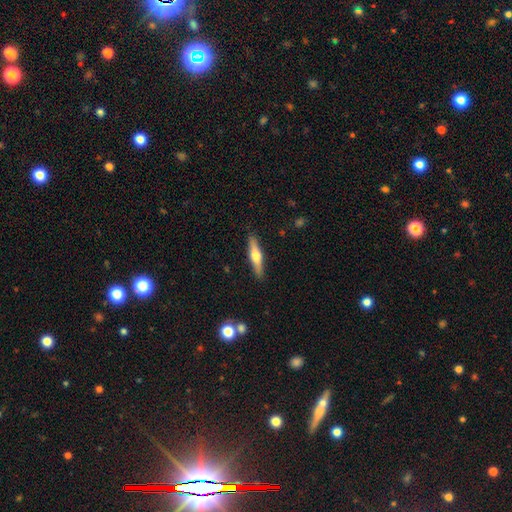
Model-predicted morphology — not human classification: Smooth or featured? featured or disk (53%)
Edge-on disk? yes (95%)
Edge-on bulge? rounded (91%)
Merging? none (90%)